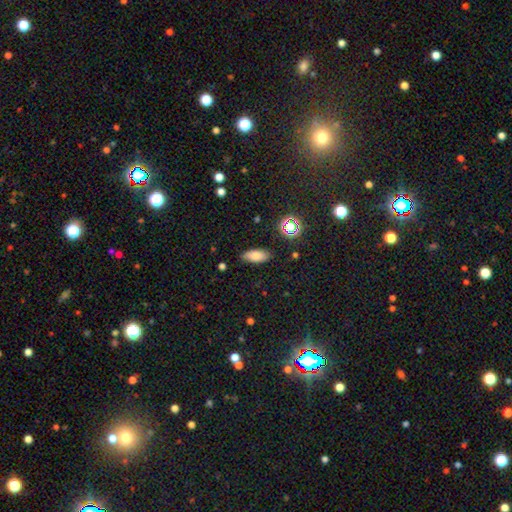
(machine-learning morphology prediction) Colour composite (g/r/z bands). It shows a smooth galaxy with no disk features (78%) that is in between round and cigar-shaped (84%). Merging: none (84%).